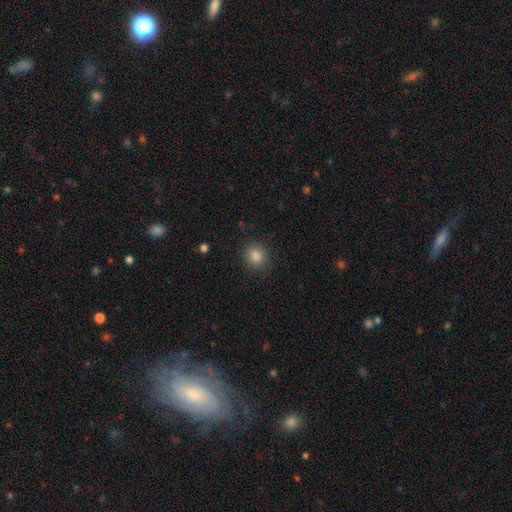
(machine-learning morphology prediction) A smooth galaxy with no disk features (84%) that is round (80%).

Vote fractions:
- Smooth or featured? smooth: 84% / star or artifact: 12% / featured or disk: 4%
- How rounded? round: 80% / in between: 19% / cigar-shaped: 1%
- Merging? none: 90% / minor disturbance: 7% / major disturbance: 2% / merger: 1%